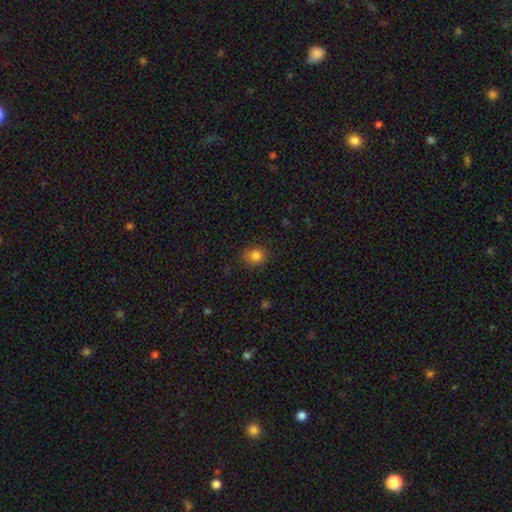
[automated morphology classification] The model was most divided on "how rounded": round: 80%, in between: 19%, cigar-shaped: 1%. More confident: smooth or featured — smooth (82%); merging — none (82%).